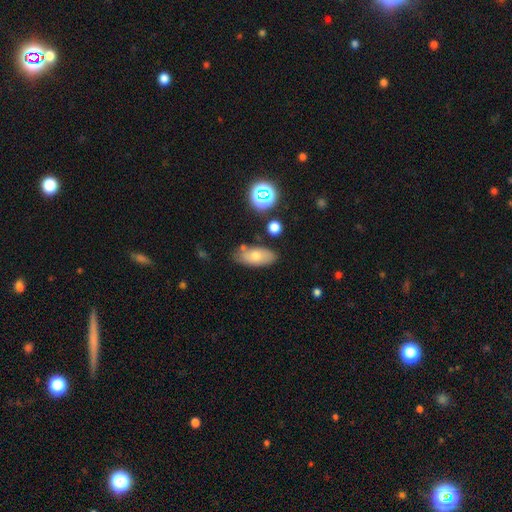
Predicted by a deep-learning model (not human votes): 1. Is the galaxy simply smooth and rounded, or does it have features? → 67% smooth, 22% featured or disk, 11% star or artifact.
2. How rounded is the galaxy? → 87% in between, 8% cigar-shaped, 5% round.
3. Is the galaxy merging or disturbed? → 75% none, 16% minor disturbance, 6% merger, 4% major disturbance.